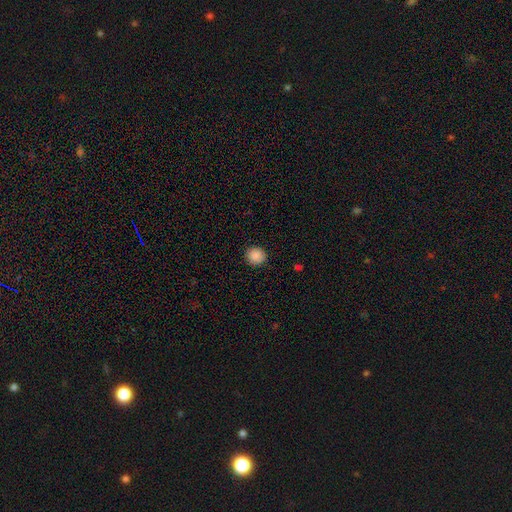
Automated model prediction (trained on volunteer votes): A smooth galaxy with no disk features (88%) that is round (91%).

Vote fractions:
- Smooth or featured? smooth: 88% / star or artifact: 9% / featured or disk: 3%
- How rounded? round: 91% / in between: 8% / cigar-shaped: 1%
- Merging? none: 90% / minor disturbance: 7% / major disturbance: 2% / merger: 1%